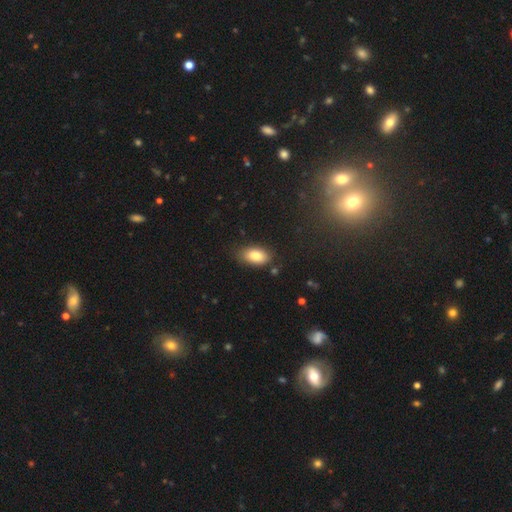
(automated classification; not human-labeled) The model was most divided on "merging": none: 78%, minor disturbance: 16%, major disturbance: 3%, merger: 2%. More confident: how rounded — in between (92%); smooth or featured — smooth (83%).